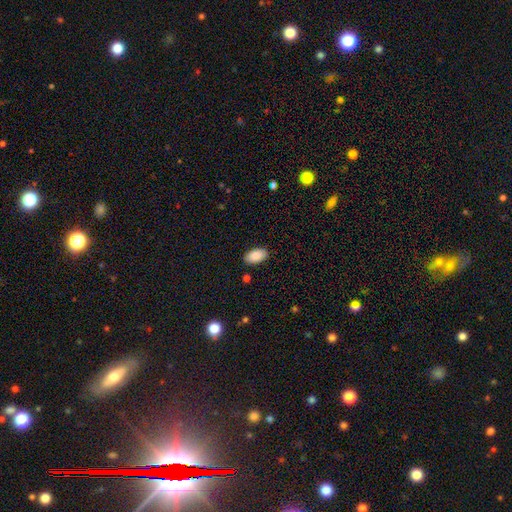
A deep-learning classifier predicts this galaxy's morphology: Smooth or featured? Predicted: smooth (p=0.89). How rounded? Predicted: in between (p=0.95). Merging? Predicted: none (p=0.87).